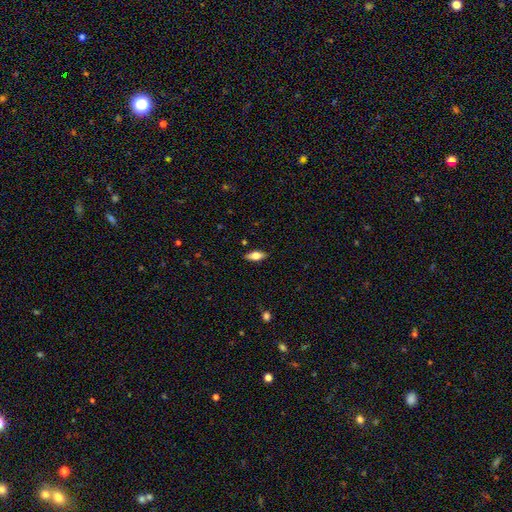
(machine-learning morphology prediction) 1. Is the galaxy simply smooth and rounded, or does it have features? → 64% smooth, 29% featured or disk, 7% star or artifact.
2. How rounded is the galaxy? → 78% in between, 19% cigar-shaped, 3% round.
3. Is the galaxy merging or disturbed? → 88% none, 9% minor disturbance, 2% major disturbance, 1% merger.